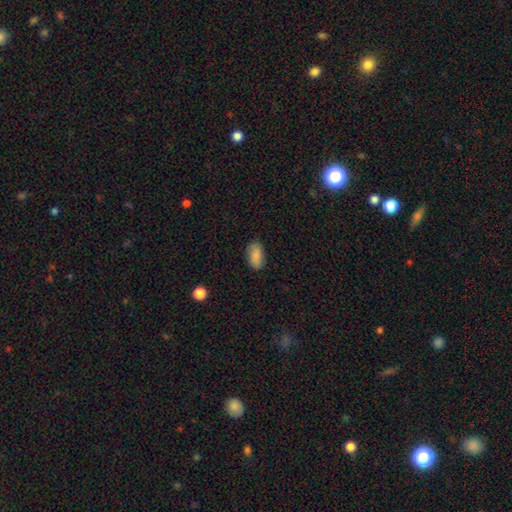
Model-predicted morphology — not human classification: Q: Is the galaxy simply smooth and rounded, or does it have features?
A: smooth — 87%.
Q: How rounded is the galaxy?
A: in between — 92%.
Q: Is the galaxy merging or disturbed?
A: none — 85%.